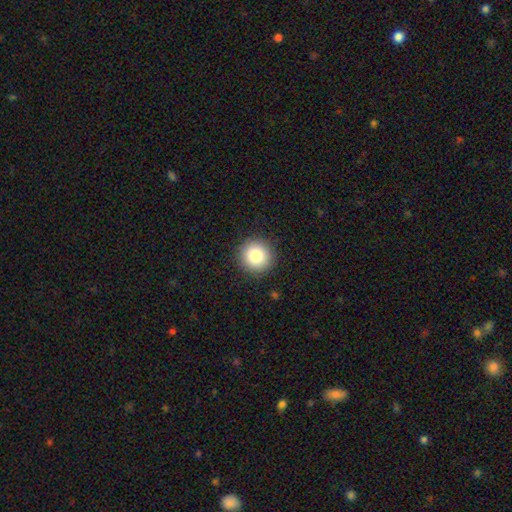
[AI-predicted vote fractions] Q: Smooth or featured?
A: smooth (84%); runner-up: star or artifact (10%)
Q: How rounded?
A: round (94%); runner-up: in between (5%)
Q: Merging?
A: none (91%); runner-up: minor disturbance (6%)